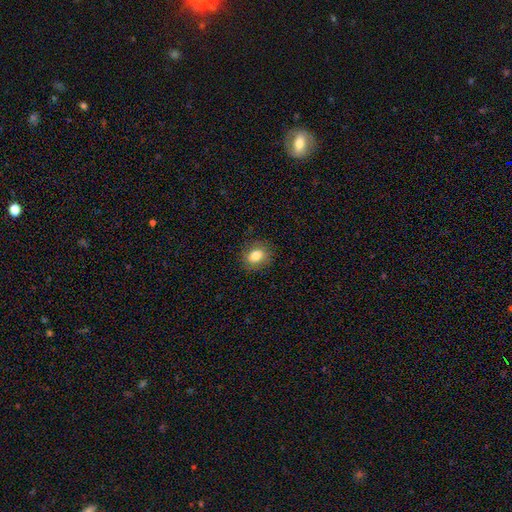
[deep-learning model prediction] This appears to be a smooth galaxy with no disk features (81%) that is round (58%). Merging: none (84%).